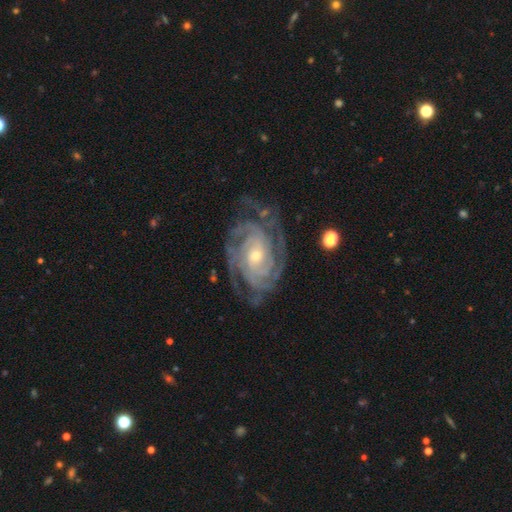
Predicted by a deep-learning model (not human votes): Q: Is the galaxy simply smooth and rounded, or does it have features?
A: featured or disk — 92%.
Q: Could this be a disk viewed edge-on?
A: no — 97%.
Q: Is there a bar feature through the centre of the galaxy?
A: no — 64%.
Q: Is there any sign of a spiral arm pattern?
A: yes — 98%.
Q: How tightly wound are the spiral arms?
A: tight — 74%.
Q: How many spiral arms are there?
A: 4 — 27%.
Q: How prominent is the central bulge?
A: small — 60%.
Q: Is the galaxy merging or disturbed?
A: none — 73%.